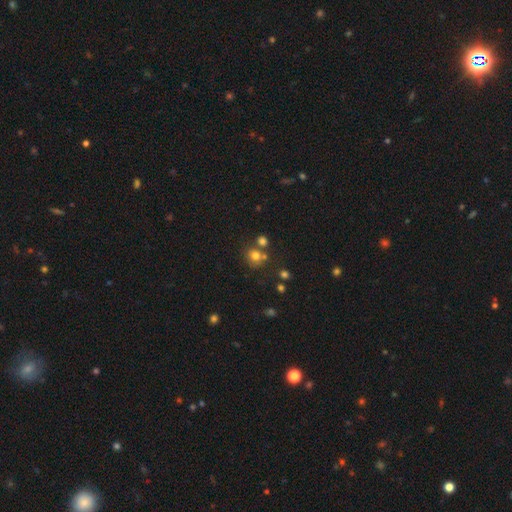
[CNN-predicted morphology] This is likely a smooth galaxy (73%). How rounded: clearly round (83%). Merging: possibly none (60%).